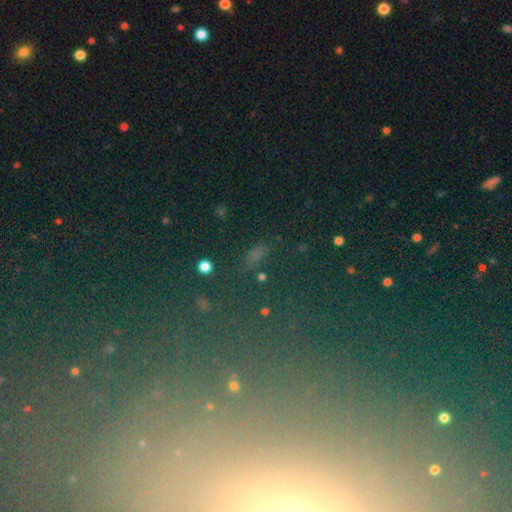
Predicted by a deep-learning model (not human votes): A smooth galaxy with no disk features (45%).

Vote fractions:
- Smooth or featured? smooth: 45% / star or artifact: 40% / featured or disk: 14%
- Merging? none: 76% / minor disturbance: 13% / major disturbance: 6% / merger: 5%